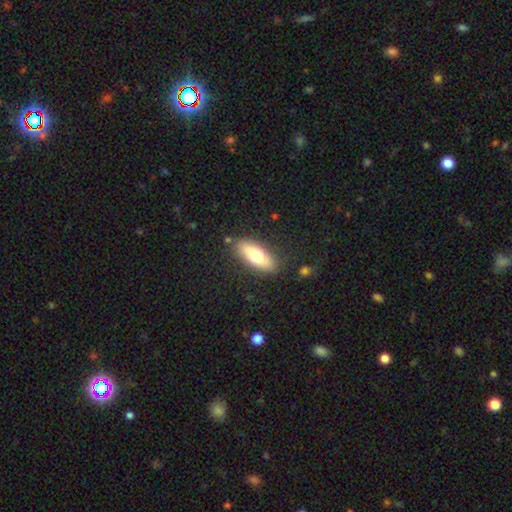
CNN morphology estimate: smooth 69%, featured or disk 25%, star or artifact 6%. Down the decision tree: how rounded — in between (65%); merging — none (84%).